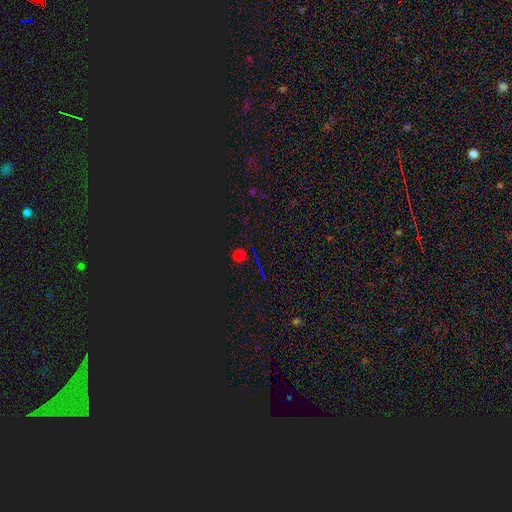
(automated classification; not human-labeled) A star or artifact, not a galaxy (57%).